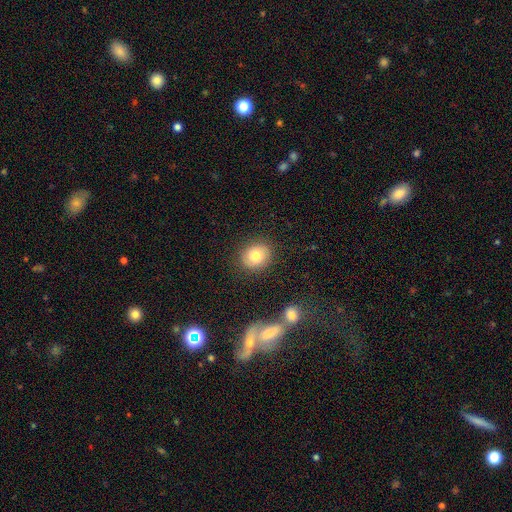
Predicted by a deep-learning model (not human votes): This appears to be a smooth galaxy with no disk features (76%) that is round (71%). Merging: none (86%).